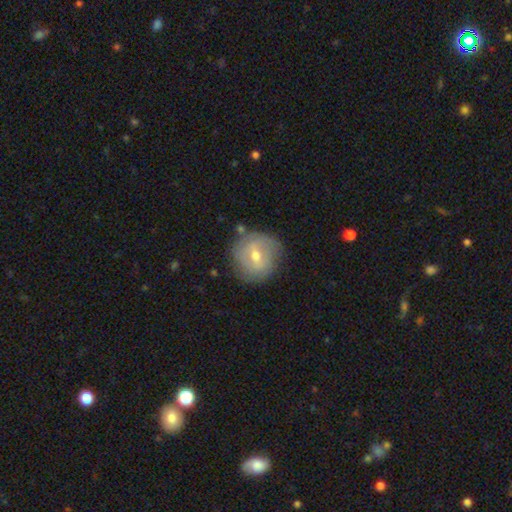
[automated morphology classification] smooth-or-featured: featured or disk: 56% | smooth: 36% | star or artifact: 8%
  disk-edge-on: no: 95% | yes: 5%
    bar: weak: 57% | no: 25% | strong: 18%
    has-spiral-arms: yes: 63% | no: 37%
    bulge-size: moderate: 64% | small: 32% | large: 2% | none: 1% | dominant: 1%
  merging: none: 75% | minor disturbance: 17% | major disturbance: 5% | merger: 3%